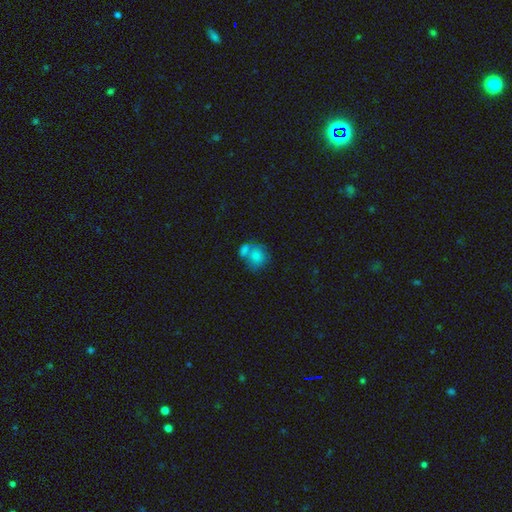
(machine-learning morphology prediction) Smooth or featured? smooth (76%)
How rounded? round (78%)
Merging? merger (48%)